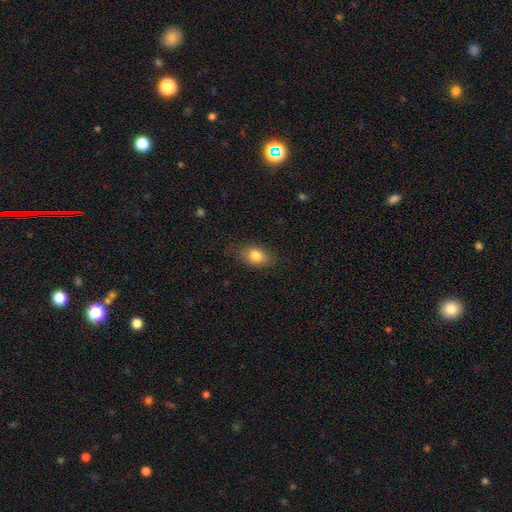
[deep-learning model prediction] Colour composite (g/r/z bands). It shows a smooth galaxy with no disk features (82%) that is in between round and cigar-shaped (82%). Merging: none (77%).